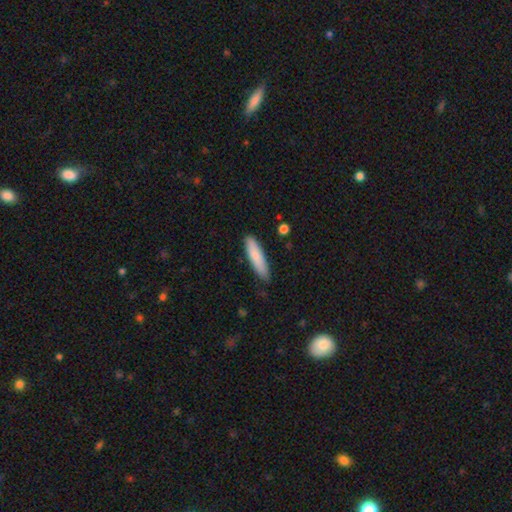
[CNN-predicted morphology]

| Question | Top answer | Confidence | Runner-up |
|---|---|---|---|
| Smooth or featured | smooth | 81% | featured or disk (13%) |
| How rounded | cigar-shaped | 76% | in between (23%) |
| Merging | none | 85% | minor disturbance (12%) |